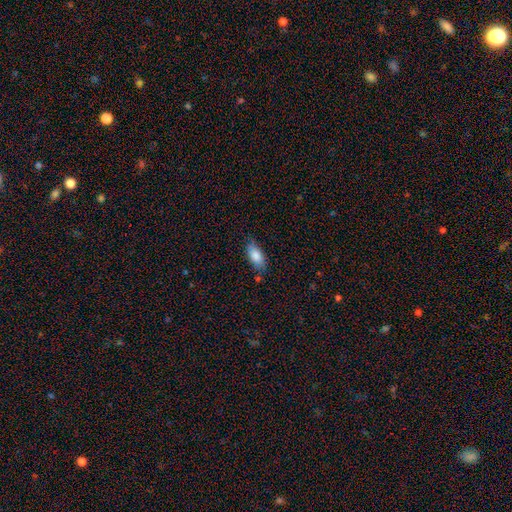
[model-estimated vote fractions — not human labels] A smooth galaxy with no disk features (84%) that is in between round and cigar-shaped (87%).

Vote fractions:
- Smooth or featured? smooth: 84% / featured or disk: 9% / star or artifact: 7%
- How rounded? in between: 87% / cigar-shaped: 10% / round: 3%
- Merging? none: 74% / minor disturbance: 19% / major disturbance: 4% / merger: 3%